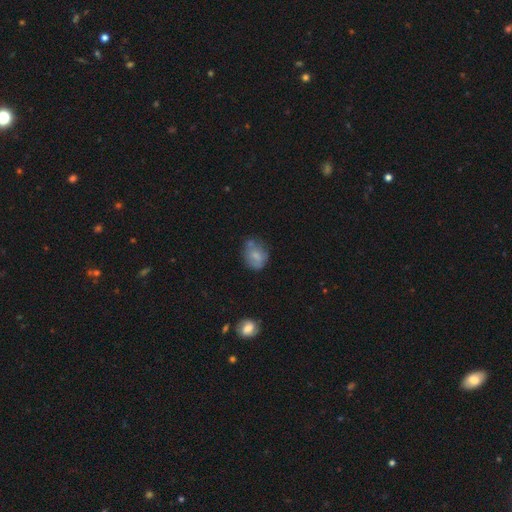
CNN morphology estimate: Smooth or featured? Predicted: smooth (p=0.69). How rounded? Predicted: in between (p=0.56). Merging? Predicted: none (p=0.51).